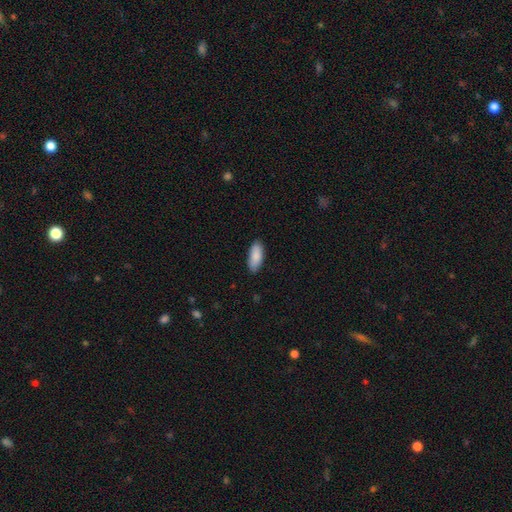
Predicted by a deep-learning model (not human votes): This appears to be a smooth galaxy with no disk features (89%) that is in between round and cigar-shaped (83%). Merging: none (87%).